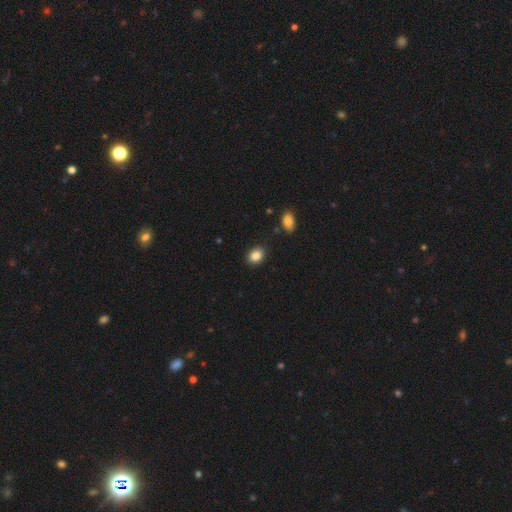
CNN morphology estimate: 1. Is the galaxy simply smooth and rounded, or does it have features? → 87% smooth, 9% star or artifact, 5% featured or disk.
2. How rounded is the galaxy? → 62% in between, 36% round, 1% cigar-shaped.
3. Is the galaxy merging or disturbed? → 86% none, 10% minor disturbance, 2% major disturbance, 2% merger.